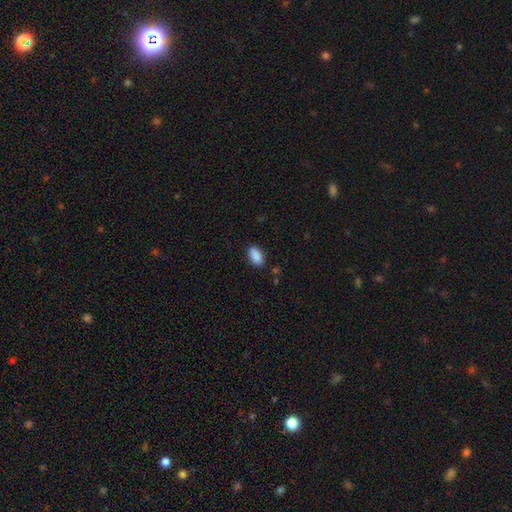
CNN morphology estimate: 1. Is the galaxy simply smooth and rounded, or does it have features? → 89% smooth, 7% star or artifact, 4% featured or disk.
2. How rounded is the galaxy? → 93% in between, 4% round, 3% cigar-shaped.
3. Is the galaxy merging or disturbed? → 86% none, 10% minor disturbance, 2% major disturbance, 2% merger.